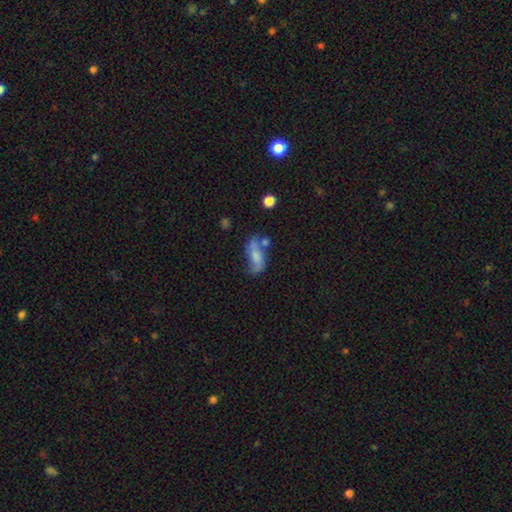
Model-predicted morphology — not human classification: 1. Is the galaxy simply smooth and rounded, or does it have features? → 49% smooth, 41% featured or disk, 10% star or artifact.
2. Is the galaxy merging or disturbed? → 37% none, 24% minor disturbance, 21% merger, 18% major disturbance.